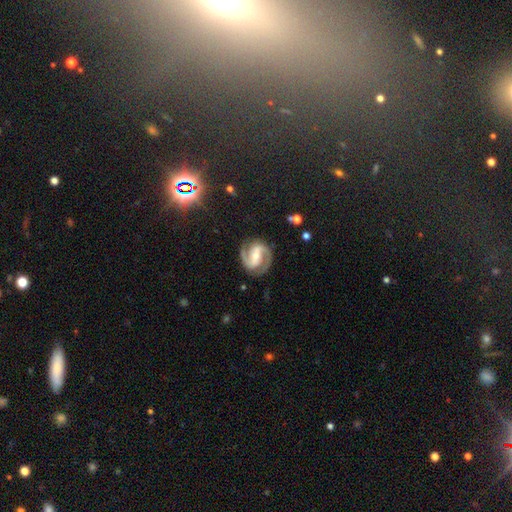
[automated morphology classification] Smooth or featured: featured or disk — 90% (smooth — 5%)
Edge-on disk: no — 98% (yes — 2%)
Bar: strong — 50% (weak — 34%)
Spiral arms: yes — 98% (no — 2%)
Spiral winding: medium — 53% (tight — 36%)
Spiral arm count: 2 — 93% (can't tell — 2%)
Bulge size: moderate — 47% (small — 45%)
Merging: none — 84% (minor disturbance — 11%)